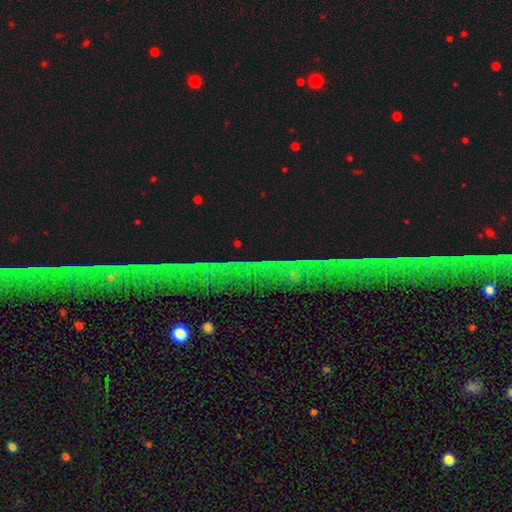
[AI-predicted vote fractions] Smooth or featured?
  - star or artifact: 76% *
  - featured or disk: 14%
  - smooth: 10%